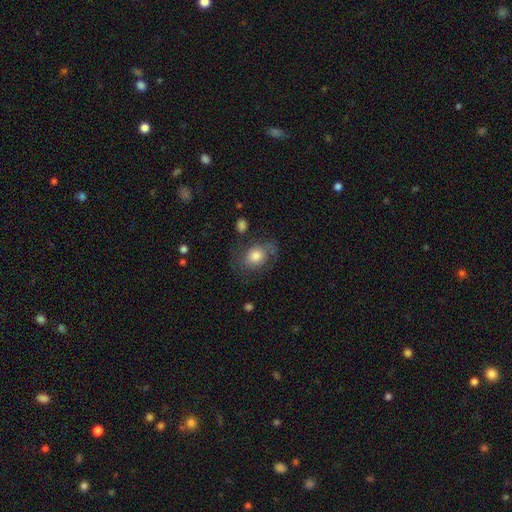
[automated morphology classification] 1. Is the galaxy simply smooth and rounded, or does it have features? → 63% smooth, 29% featured or disk, 8% star or artifact.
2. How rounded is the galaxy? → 51% in between, 48% round, 1% cigar-shaped.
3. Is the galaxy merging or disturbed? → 56% none, 24% minor disturbance, 17% major disturbance, 3% merger.